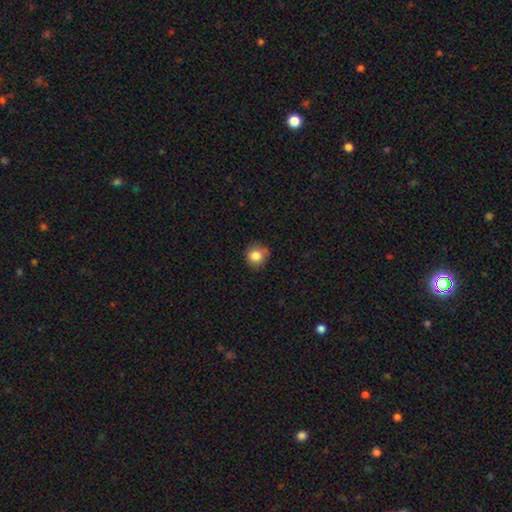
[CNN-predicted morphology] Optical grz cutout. It shows a smooth galaxy with no disk features (83%) that is round (85%). Merging: none (73%).